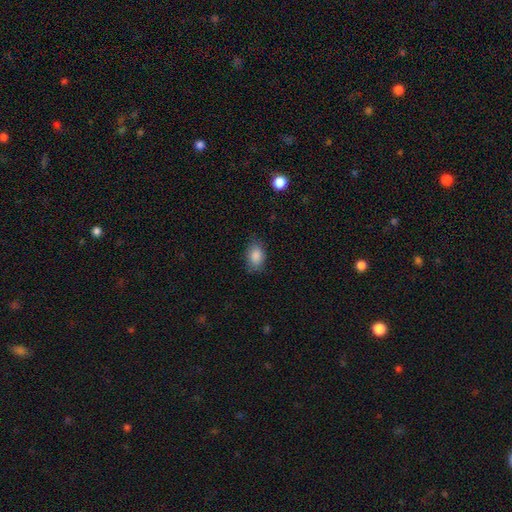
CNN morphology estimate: Smooth or featured?
  - smooth: 87% *
  - star or artifact: 8%
  - featured or disk: 5%
How rounded?
  - in between: 80% *
  - round: 18%
  - cigar-shaped: 1%
Merging?
  - none: 77% *
  - minor disturbance: 17%
  - major disturbance: 4%
  - merger: 1%